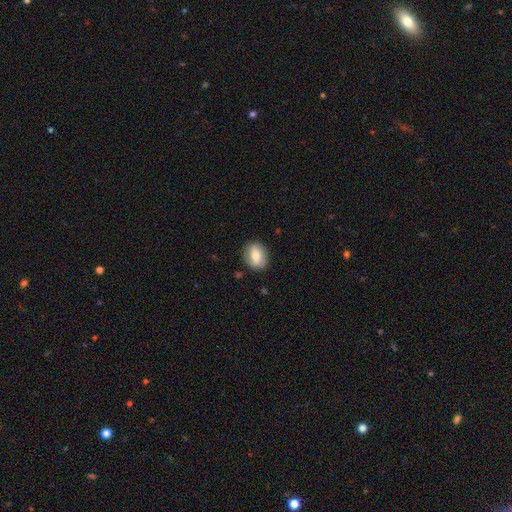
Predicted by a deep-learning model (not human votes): This appears to be a smooth galaxy with no disk features (72%) that is round (51%). Merging: none (84%).